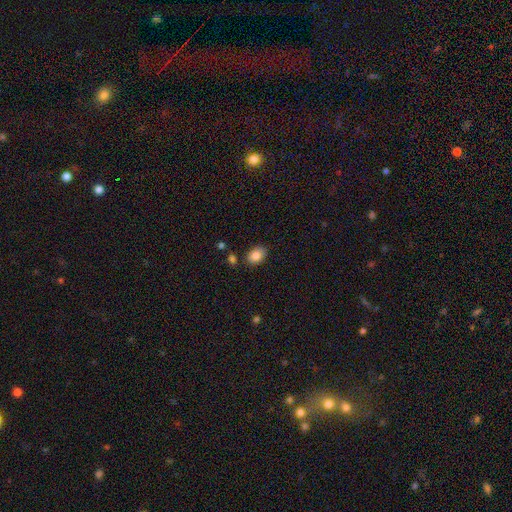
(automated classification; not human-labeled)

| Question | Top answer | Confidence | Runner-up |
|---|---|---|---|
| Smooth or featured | smooth | 84% | star or artifact (8%) |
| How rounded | in between | 77% | round (22%) |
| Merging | none | 80% | minor disturbance (14%) |